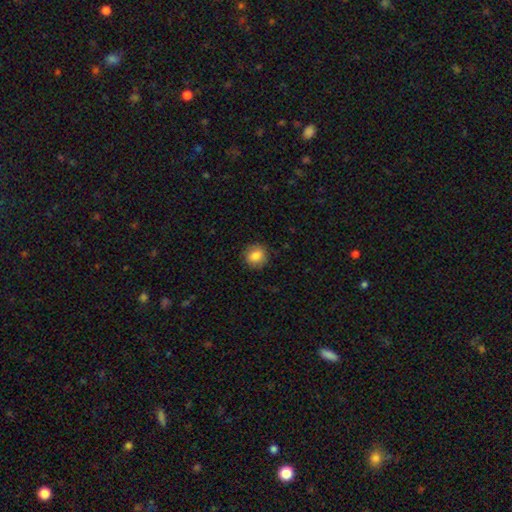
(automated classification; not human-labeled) smooth_or_featured: smooth (p=0.83) [alt: star or artifact p=0.09]
how_rounded: round (p=0.85) [alt: in between p=0.14]
merging: none (p=0.88) [alt: minor disturbance p=0.08]